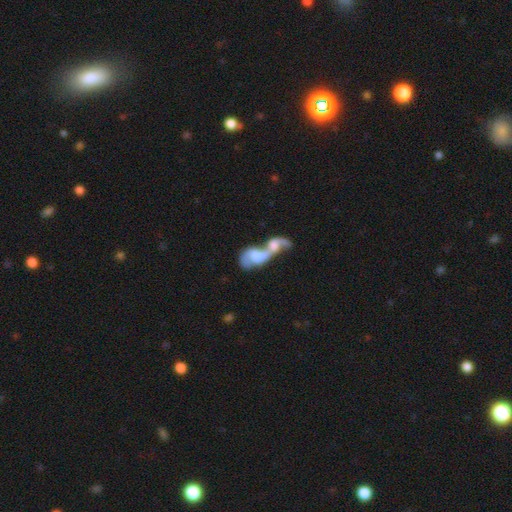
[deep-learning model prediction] Q: Smooth or featured?
A: featured or disk (59%); runner-up: smooth (34%)
Q: Edge-on disk?
A: no (94%); runner-up: yes (6%)
Q: Bar?
A: no (61%); runner-up: weak (30%)
Q: Spiral arms?
A: yes (69%); runner-up: no (31%)
Q: Bulge size?
A: moderate (40%); runner-up: large (20%)
Q: Merging?
A: merger (85%); runner-up: major disturbance (6%)